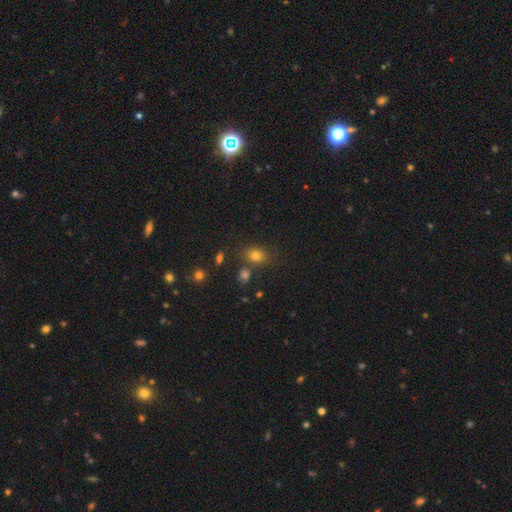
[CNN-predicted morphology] type=smooth (75%); roundness=in between (54%); merging=none (72%).